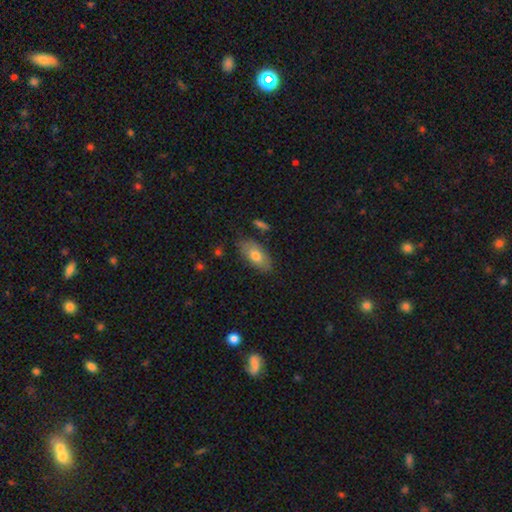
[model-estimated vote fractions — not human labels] Smooth or featured: smooth — 73% (featured or disk — 20%)
How rounded: in between — 88% (cigar-shaped — 8%)
Merging: none — 80% (minor disturbance — 14%)